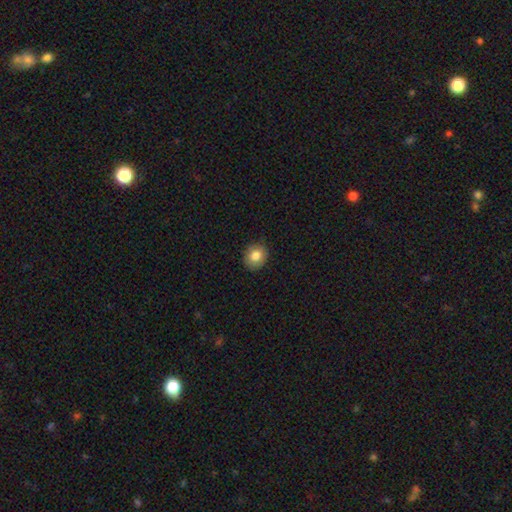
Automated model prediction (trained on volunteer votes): This appears to be a smooth galaxy with no disk features (80%) that is round (71%). Merging: none (86%).